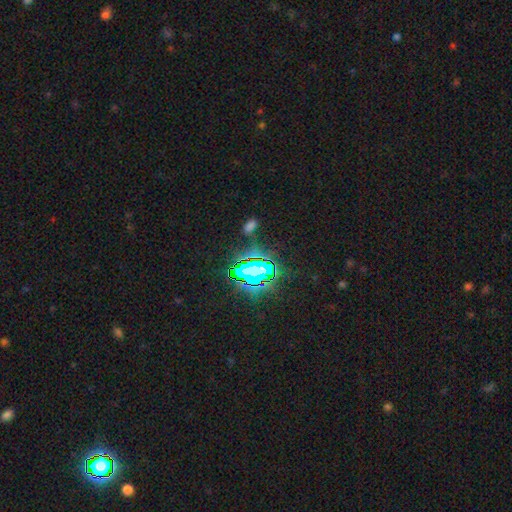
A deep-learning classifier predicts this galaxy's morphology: Smooth or featured? star or artifact (82%)